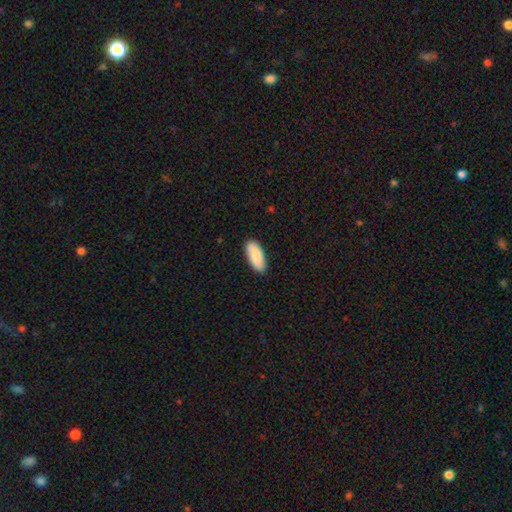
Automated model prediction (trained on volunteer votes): smooth_or_featured: smooth (p=0.87) [alt: featured or disk p=0.08]
how_rounded: in between (p=0.84) [alt: cigar-shaped p=0.15]
merging: none (p=0.87) [alt: minor disturbance p=0.10]